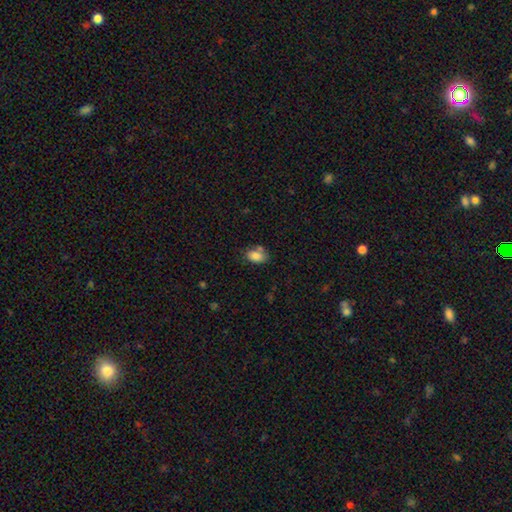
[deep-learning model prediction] This appears to be a smooth galaxy with no disk features (83%) that is in between round and cigar-shaped (85%). Merging: none (55%).